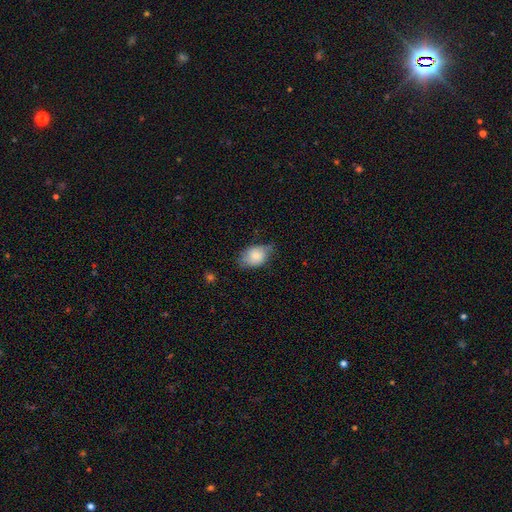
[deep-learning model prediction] The model was most divided on "merging": none: 53%, minor disturbance: 36%, major disturbance: 9%, merger: 2%. More confident: how rounded — in between (80%); smooth or featured — smooth (77%).